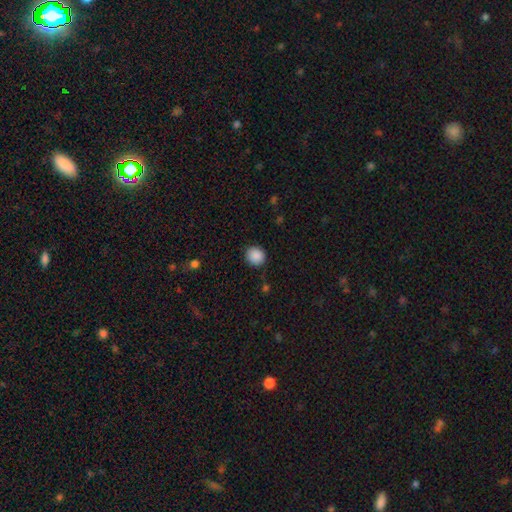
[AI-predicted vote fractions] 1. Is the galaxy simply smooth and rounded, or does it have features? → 88% smooth, 9% star or artifact, 3% featured or disk.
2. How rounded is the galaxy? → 83% round, 16% in between, 1% cigar-shaped.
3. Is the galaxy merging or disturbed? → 88% none, 8% minor disturbance, 2% major disturbance, 1% merger.